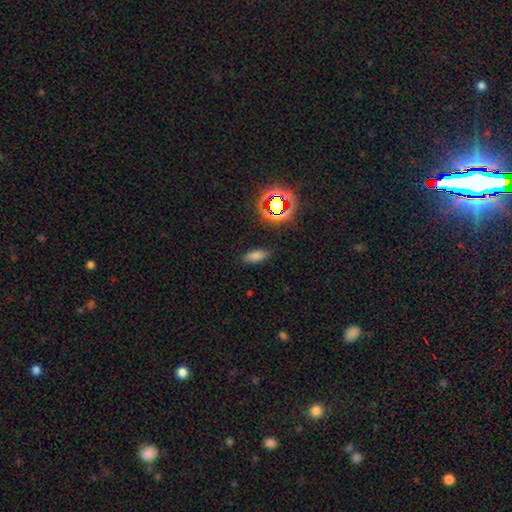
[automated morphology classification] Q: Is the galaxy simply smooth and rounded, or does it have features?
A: smooth — 74%.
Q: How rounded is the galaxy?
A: in between — 75%.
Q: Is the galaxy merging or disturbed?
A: none — 86%.